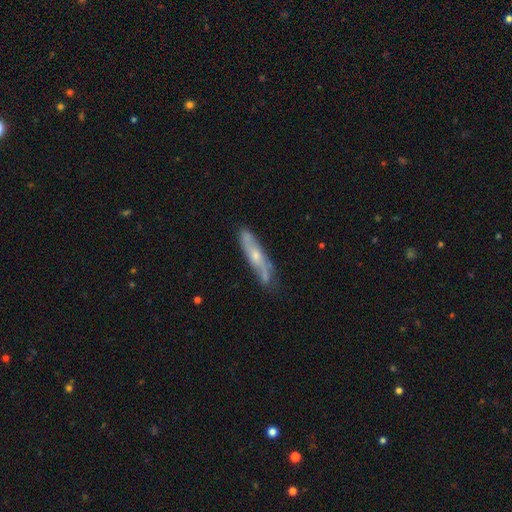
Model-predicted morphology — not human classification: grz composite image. It shows a featured or disk galaxy (58%) viewed edge-on (58%). Merging: none (68%).